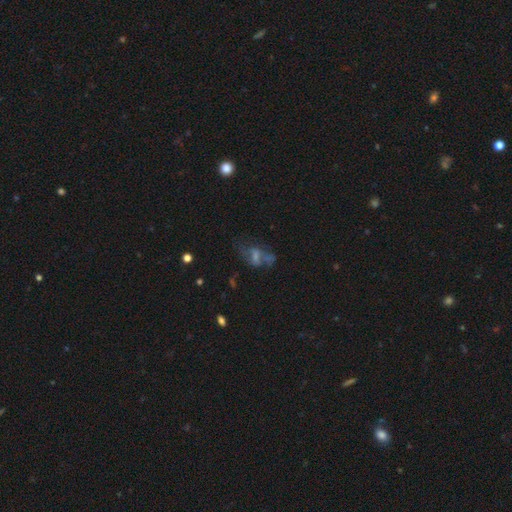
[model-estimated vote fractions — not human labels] smooth-or-featured: featured or disk: 45% | smooth: 29% | star or artifact: 27%
  merging: none: 39% | major disturbance: 27% | minor disturbance: 18% | merger: 16%